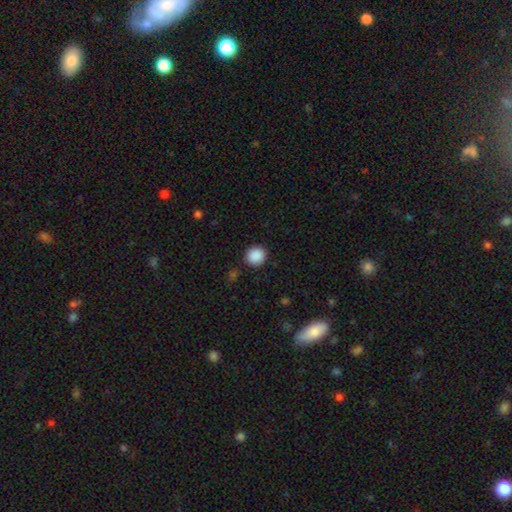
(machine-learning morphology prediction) Overall: smooth (89%). How rounded: round (89%). Merging: none (90%).